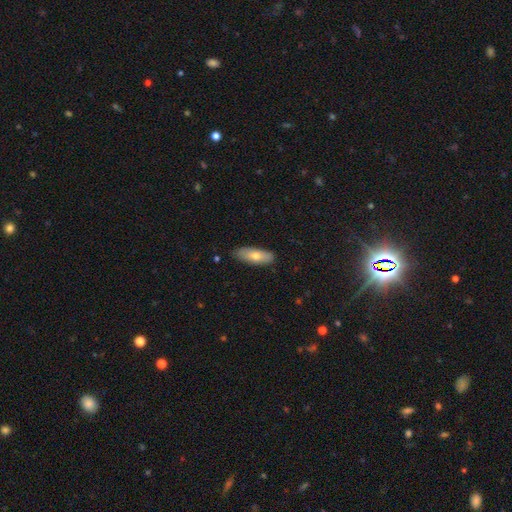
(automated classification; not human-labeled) Q: Smooth or featured?
A: smooth (70%); runner-up: featured or disk (24%)
Q: How rounded?
A: in between (66%); runner-up: cigar-shaped (32%)
Q: Merging?
A: none (82%); runner-up: minor disturbance (14%)